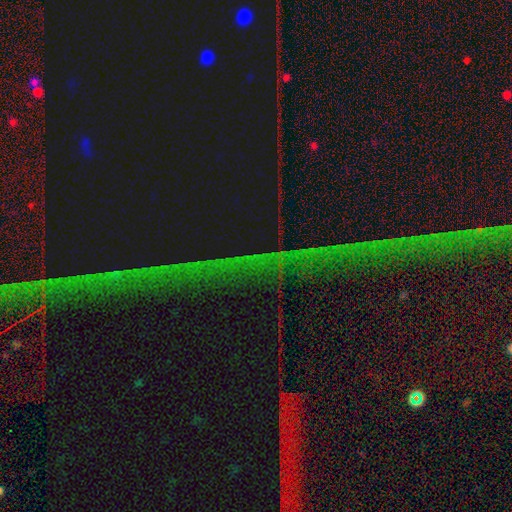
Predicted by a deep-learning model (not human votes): Smooth or featured? Predicted: star or artifact (p=0.83).